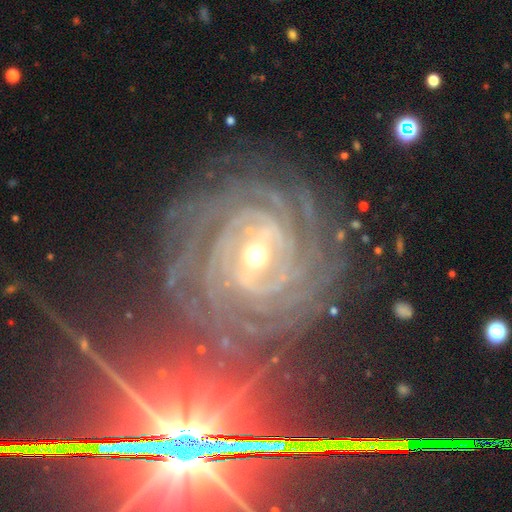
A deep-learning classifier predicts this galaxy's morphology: Smooth or featured? Predicted: featured or disk (p=0.85). Edge-on disk? Predicted: no (p=0.96). Bar? Predicted: strong (p=0.49). Spiral arms? Predicted: yes (p=0.98). Spiral winding? Predicted: tight (p=0.81). Spiral arm count? Predicted: more than 4 (p=0.21, tied with 4). Bulge size? Predicted: moderate (p=0.55). Merging? Predicted: none (p=0.77).